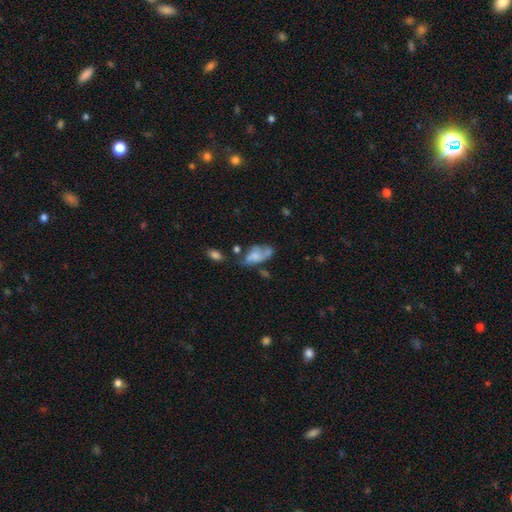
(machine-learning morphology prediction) This is possibly a smooth galaxy (53%). How rounded: clearly in between (90%). Merging: marginally none (33%).